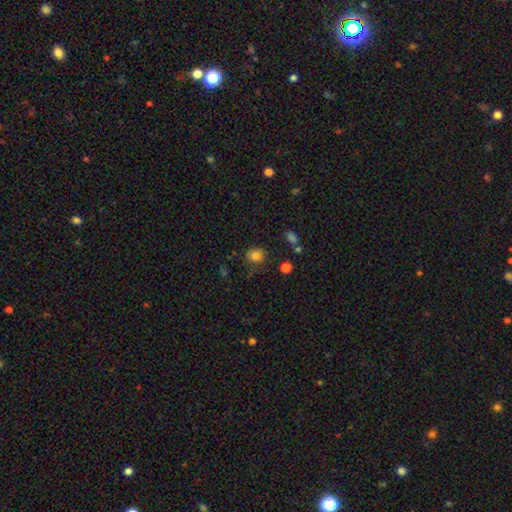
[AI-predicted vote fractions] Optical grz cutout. It shows a smooth galaxy with no disk features (81%) that is round (78%). Merging: none (71%).